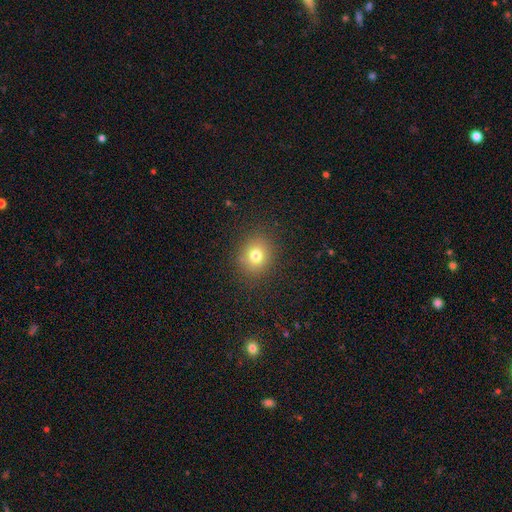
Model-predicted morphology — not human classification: This appears to be a smooth galaxy with no disk features (76%) that is round (77%). Merging: none (88%).